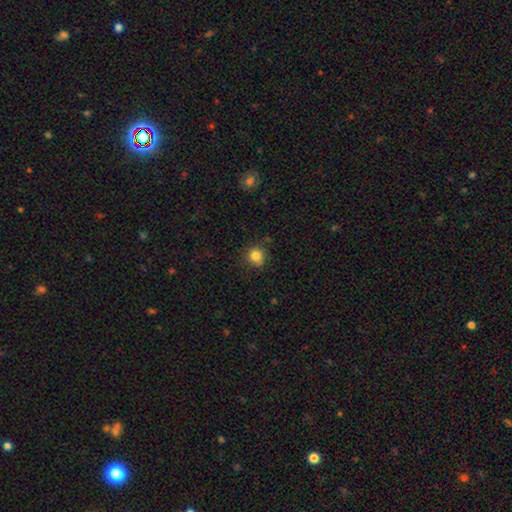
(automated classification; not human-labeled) Smooth or featured? Predicted: smooth (p=0.84). How rounded? Predicted: round (p=0.88). Merging? Predicted: none (p=0.81).